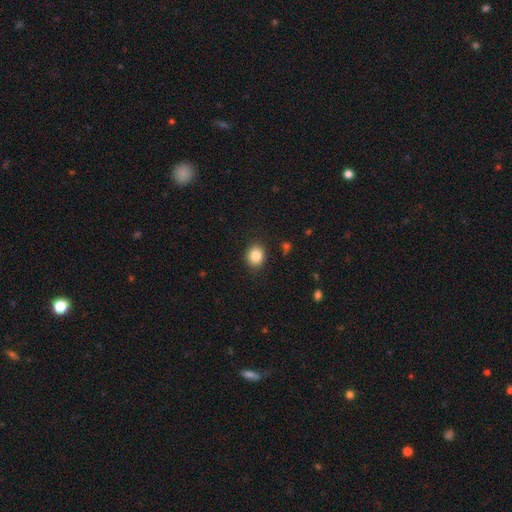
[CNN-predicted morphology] This is clearly a smooth galaxy (84%). How rounded: likely round (70%). Merging: clearly none (89%).